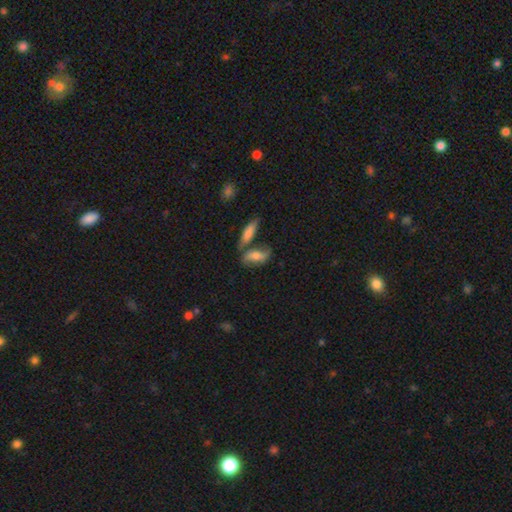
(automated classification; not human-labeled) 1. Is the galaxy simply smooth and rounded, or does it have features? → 47% smooth, 45% featured or disk, 8% star or artifact.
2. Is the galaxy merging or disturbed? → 48% none, 29% merger, 16% minor disturbance, 7% major disturbance.